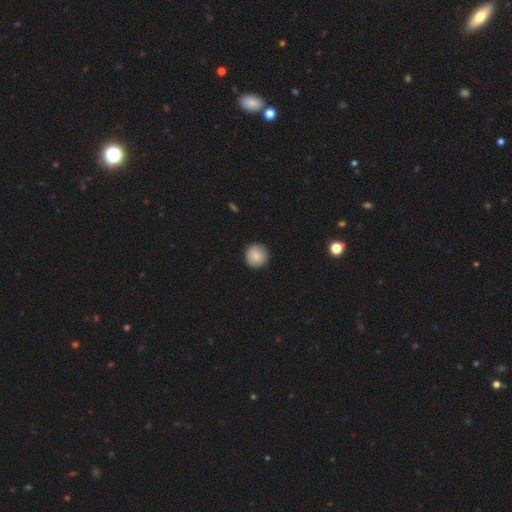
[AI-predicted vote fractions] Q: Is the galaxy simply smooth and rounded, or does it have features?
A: smooth — 86%.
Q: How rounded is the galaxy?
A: round — 96%.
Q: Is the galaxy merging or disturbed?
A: none — 92%.